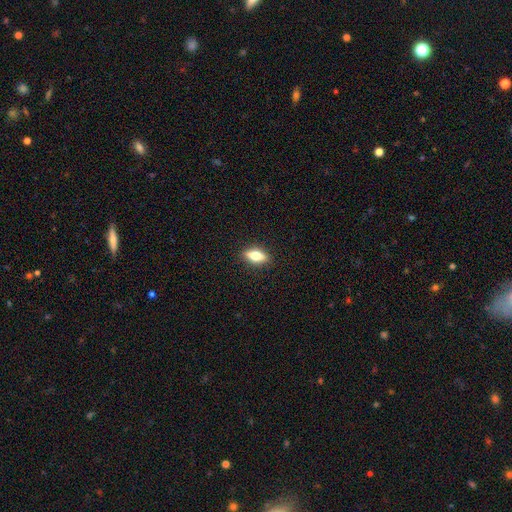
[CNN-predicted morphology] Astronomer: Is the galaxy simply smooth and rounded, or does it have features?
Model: smooth — 60%.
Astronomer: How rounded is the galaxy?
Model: in between — 70%.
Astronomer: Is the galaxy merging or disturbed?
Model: none — 88%.